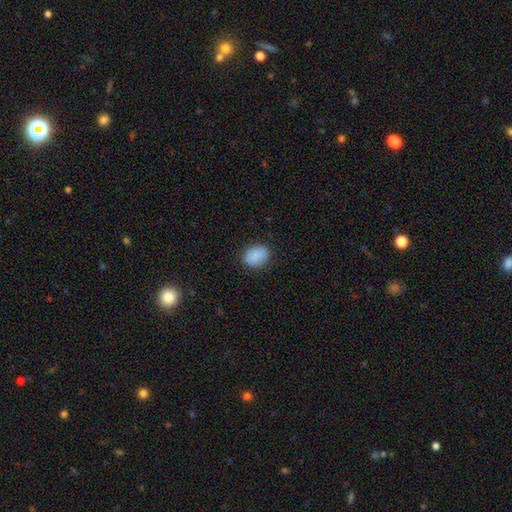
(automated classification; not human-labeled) smooth_or_featured: smooth (p=0.88) [alt: star or artifact p=0.08]
how_rounded: in between (p=0.55) [alt: round p=0.44]
merging: none (p=0.86) [alt: minor disturbance p=0.11]